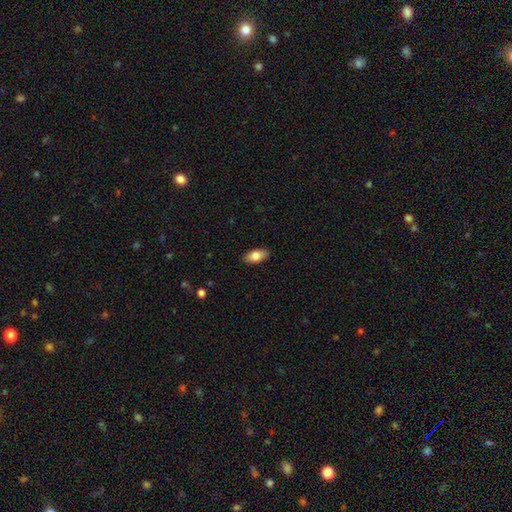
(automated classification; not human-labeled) Morphology: type=smooth (79%); roundness=in between (89%); merging=none (89%).